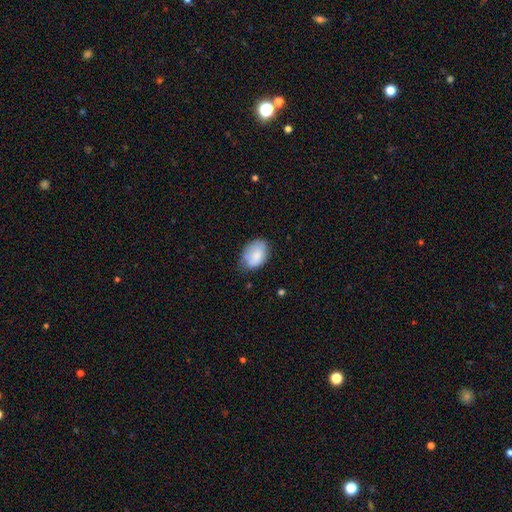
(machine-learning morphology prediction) smooth_or_featured: smooth (p=0.81) [alt: featured or disk p=0.12]
how_rounded: in between (p=0.83) [alt: round p=0.16]
merging: none (p=0.61) [alt: minor disturbance p=0.30]